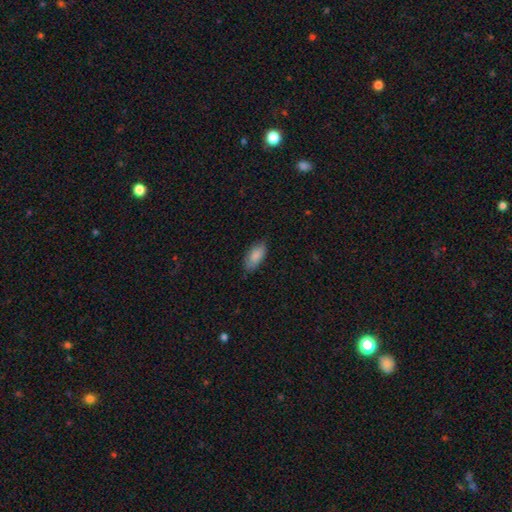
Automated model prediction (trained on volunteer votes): Q: Smooth or featured?
A: smooth (85%); runner-up: featured or disk (9%)
Q: How rounded?
A: in between (90%); runner-up: cigar-shaped (8%)
Q: Merging?
A: none (78%); runner-up: minor disturbance (18%)